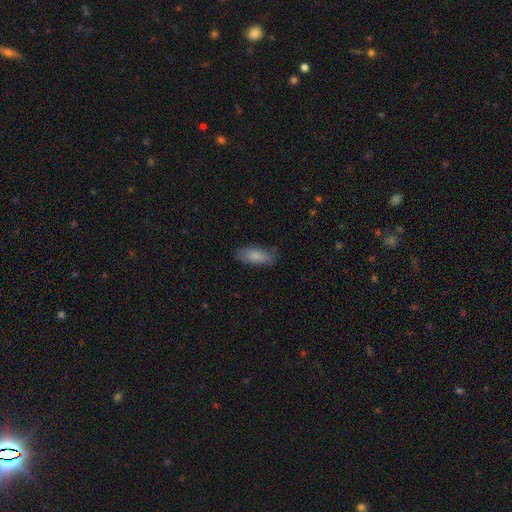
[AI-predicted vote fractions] Smooth or featured?
  - smooth: 83% *
  - featured or disk: 11%
  - star or artifact: 6%
How rounded?
  - in between: 79% *
  - cigar-shaped: 19%
  - round: 2%
Merging?
  - none: 77% *
  - minor disturbance: 18%
  - major disturbance: 4%
  - merger: 1%